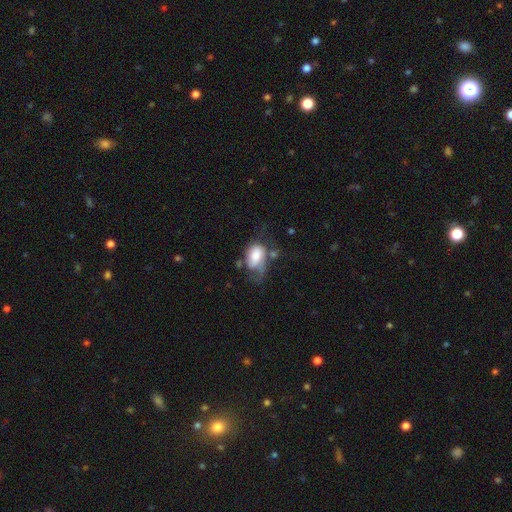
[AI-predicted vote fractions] This appears to be a smooth galaxy with no disk features (62%) that is in between round and cigar-shaped (83%). Merging: major disturbance (41%).